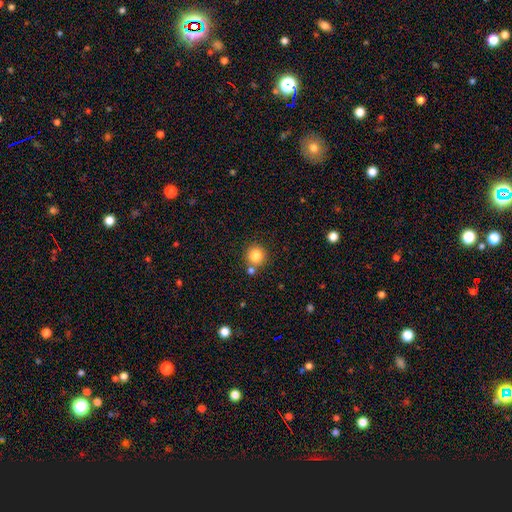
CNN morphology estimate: Overall: smooth (83%). How rounded: round (93%). Merging: none (75%).